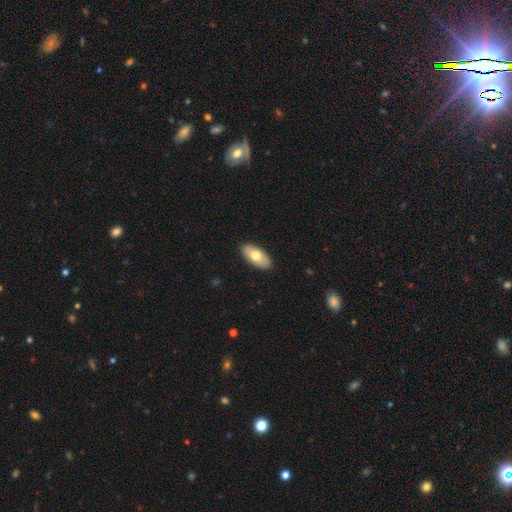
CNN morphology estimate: type=smooth (71%); roundness=in between (92%); merging=none (90%).